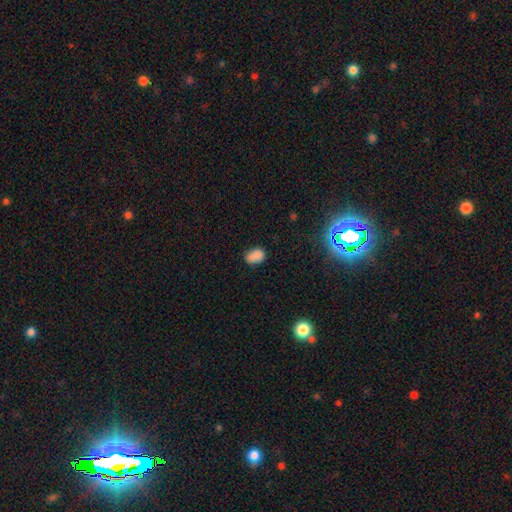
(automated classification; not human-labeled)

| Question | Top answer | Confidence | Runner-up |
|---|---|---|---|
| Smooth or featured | smooth | 83% | star or artifact (11%) |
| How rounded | in between | 76% | round (23%) |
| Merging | none | 70% | minor disturbance (21%) |